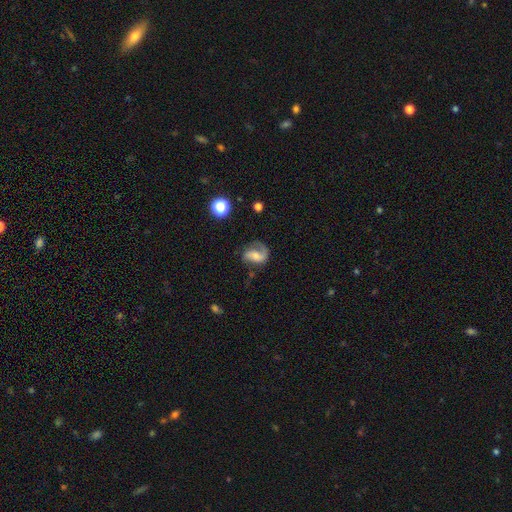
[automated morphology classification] Smooth or featured? Predicted: featured or disk (p=0.73). Edge-on disk? Predicted: no (p=0.97). Bar? Predicted: no (p=0.42). Spiral arms? Predicted: yes (p=0.93). Spiral winding? Predicted: medium (p=0.43). Spiral arm count? Predicted: 2 (p=0.66). Bulge size? Predicted: moderate (p=0.43). Merging? Predicted: none (p=0.59).